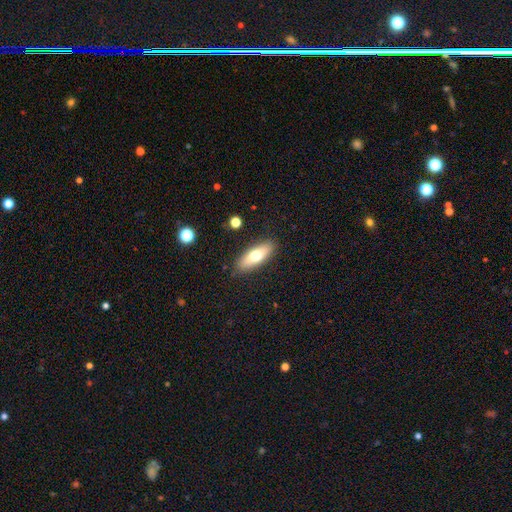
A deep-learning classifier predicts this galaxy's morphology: A smooth galaxy with no disk features (66%) that is in between round and cigar-shaped (66%). Merging: none (87%).